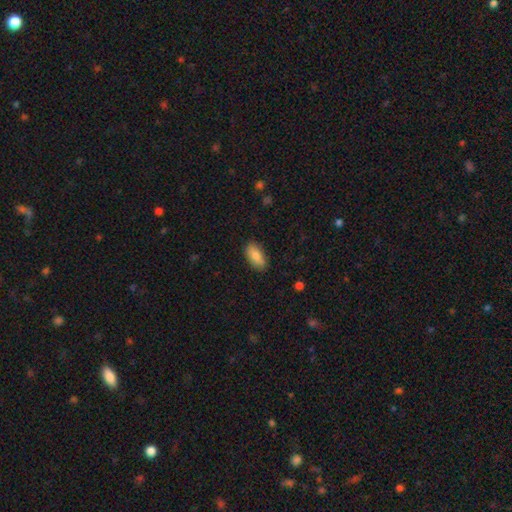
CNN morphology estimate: Q: Smooth or featured?
A: smooth (84%); runner-up: featured or disk (10%)
Q: How rounded?
A: in between (89%); runner-up: cigar-shaped (8%)
Q: Merging?
A: none (86%); runner-up: minor disturbance (10%)